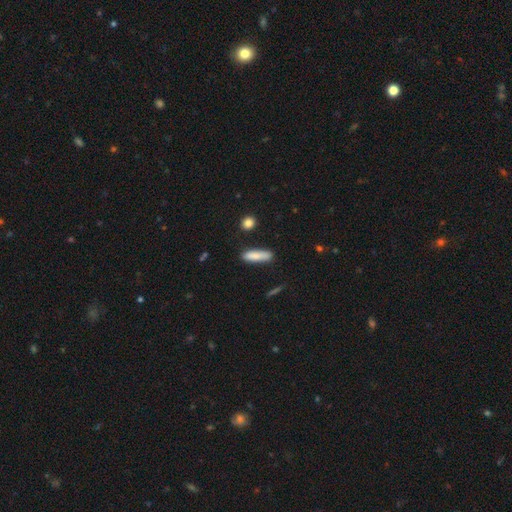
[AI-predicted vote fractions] Smooth or featured?
  - smooth: 84% *
  - featured or disk: 10%
  - star or artifact: 6%
How rounded?
  - cigar-shaped: 74% *
  - in between: 24%
  - round: 2%
Merging?
  - none: 81% *
  - minor disturbance: 14%
  - merger: 3%
  - major disturbance: 3%